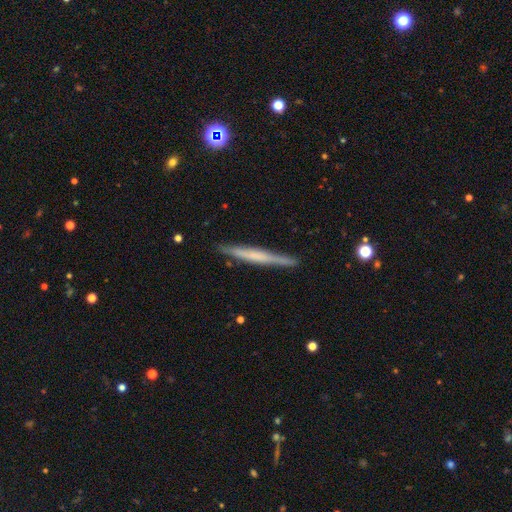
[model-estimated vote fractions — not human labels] smooth_or_featured: featured or disk (p=0.55) [alt: smooth p=0.39]
disk_edge_on: yes (p=0.97) [alt: no p=0.03]
edge_on_bulge: none (p=0.59) [alt: rounded p=0.24]
merging: none (p=0.90) [alt: minor disturbance p=0.07]